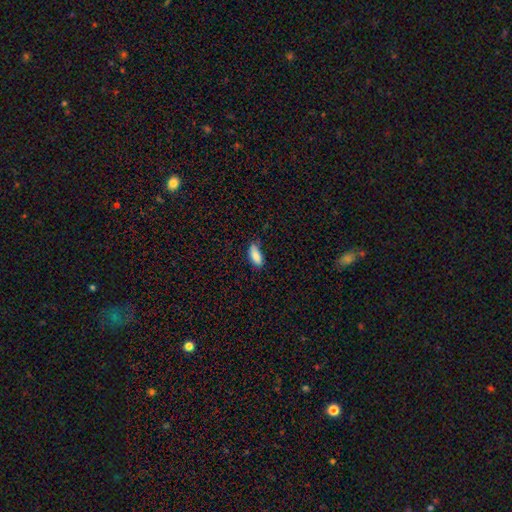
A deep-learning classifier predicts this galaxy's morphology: This appears to be a smooth galaxy with no disk features (87%) that is in between round and cigar-shaped (81%). Merging: none (66%).